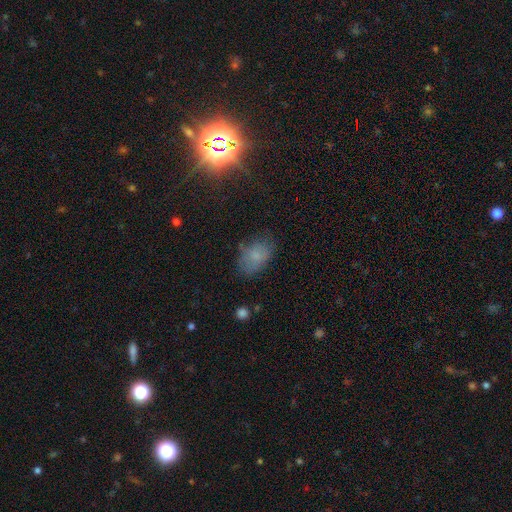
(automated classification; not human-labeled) Smooth or featured? Predicted: smooth (p=0.73). How rounded? Predicted: in between (p=0.87). Merging? Predicted: none (p=0.69).